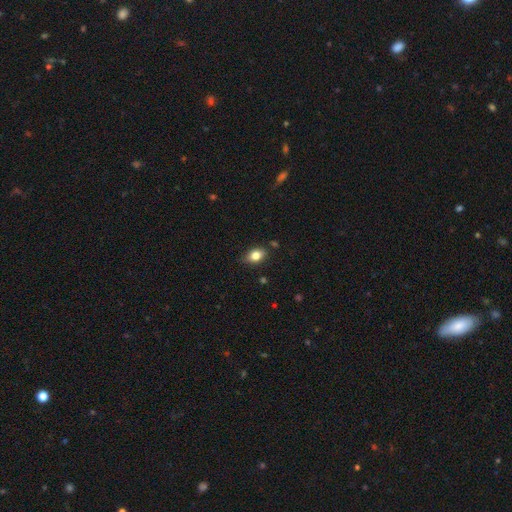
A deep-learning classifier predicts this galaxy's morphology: Smooth or featured: smooth — 81% (featured or disk — 10%)
How rounded: in between — 76% (round — 22%)
Merging: none — 80% (minor disturbance — 16%)